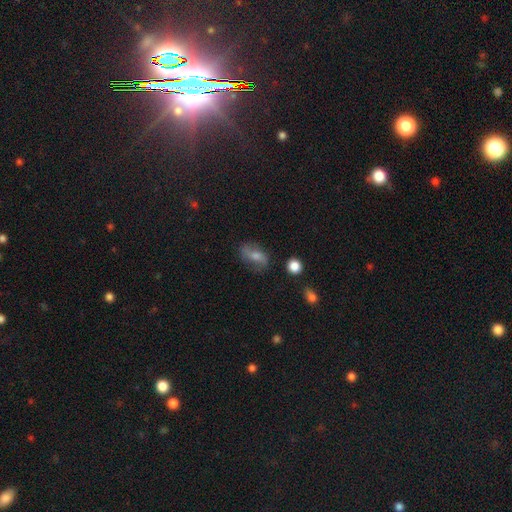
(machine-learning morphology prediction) Overall: smooth (44%; featured or disk 43%). Merging: none (73%).